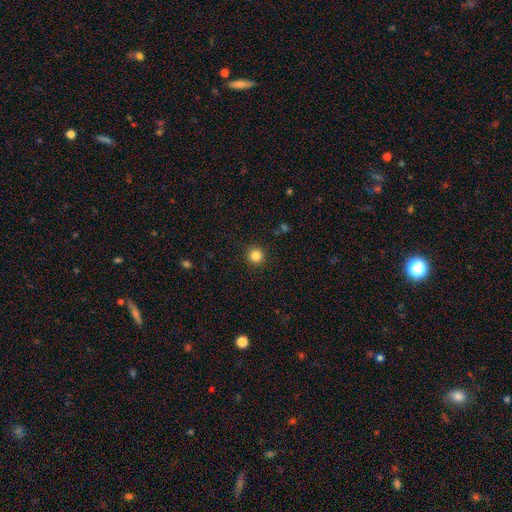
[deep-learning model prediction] This is clearly a smooth galaxy (84%). How rounded: clearly round (95%). Merging: clearly none (92%).